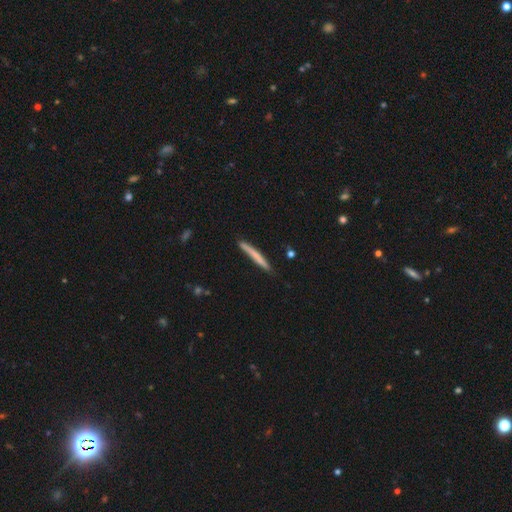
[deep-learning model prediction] Q: Smooth or featured?
A: smooth (67%); runner-up: featured or disk (27%)
Q: How rounded?
A: cigar-shaped (97%); runner-up: in between (2%)
Q: Merging?
A: none (85%); runner-up: minor disturbance (11%)